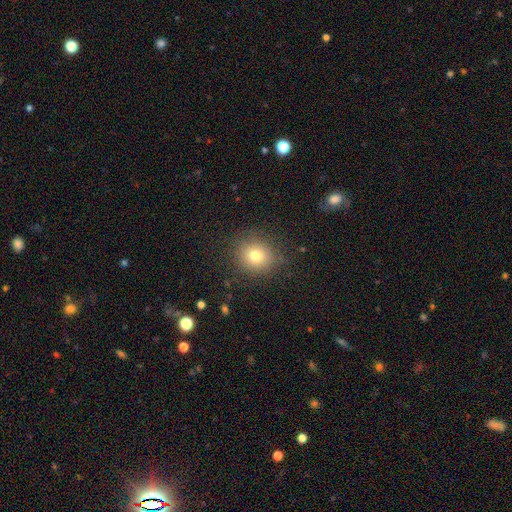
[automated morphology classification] This appears to be a smooth galaxy with no disk features (76%) that is round (85%). Merging: none (86%).